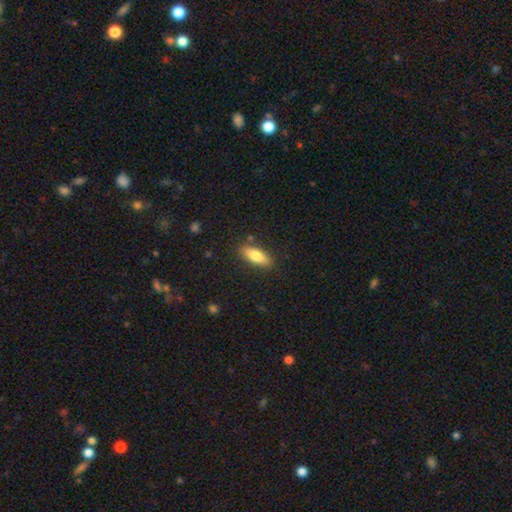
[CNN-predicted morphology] This appears to be a smooth galaxy with no disk features (75%) that is in between round and cigar-shaped (71%). Merging: none (85%).